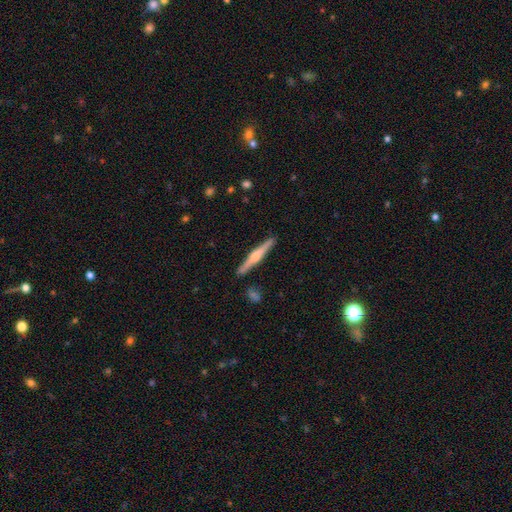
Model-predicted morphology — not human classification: This appears to be a featured or disk galaxy (64%) viewed edge-on (98%) with a rounded central bulge (68%). Merging: none (90%).